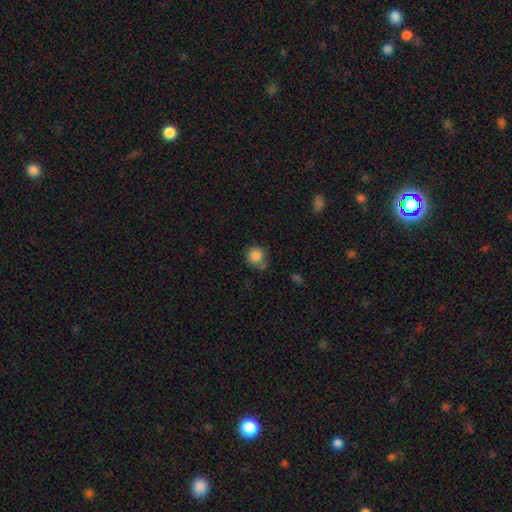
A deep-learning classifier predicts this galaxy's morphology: Smooth or featured?
  - smooth: 85% *
  - star or artifact: 10%
  - featured or disk: 6%
How rounded?
  - round: 81% *
  - in between: 18%
  - cigar-shaped: 1%
Merging?
  - none: 56% *
  - minor disturbance: 30%
  - major disturbance: 9%
  - merger: 6%